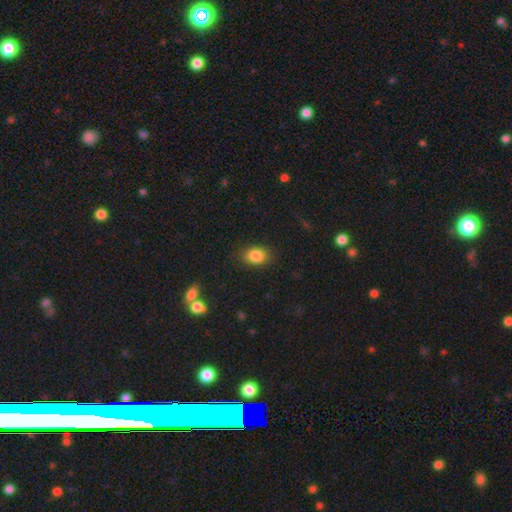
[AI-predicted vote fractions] The model was most divided on "how rounded": in between: 74%, round: 25%, cigar-shaped: 1%. More confident: smooth or featured — smooth (85%); merging — none (84%).